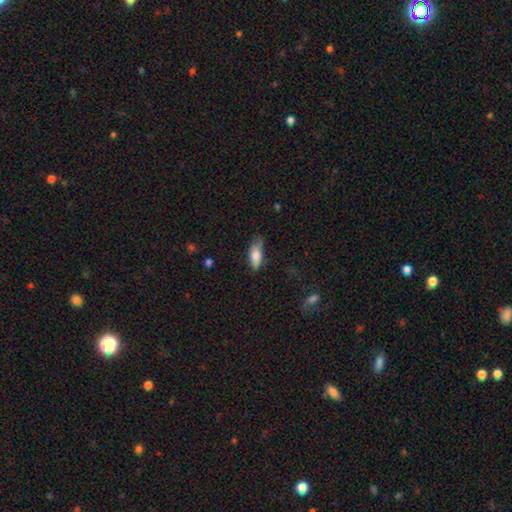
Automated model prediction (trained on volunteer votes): This appears to be a smooth galaxy with no disk features (74%) that is in between round and cigar-shaped (77%). Merging: none (57%).